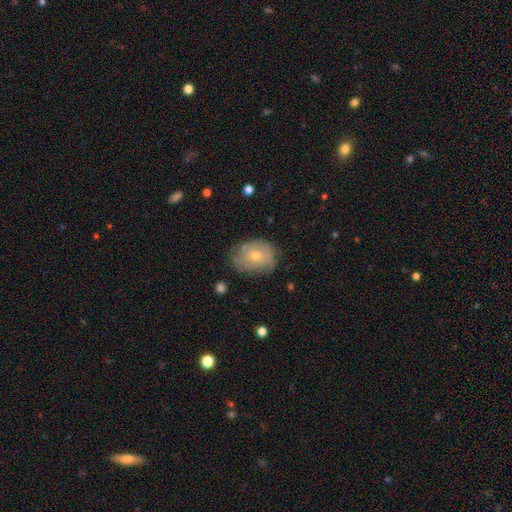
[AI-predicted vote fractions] A featured or disk galaxy (51%). Merging: none (64%).